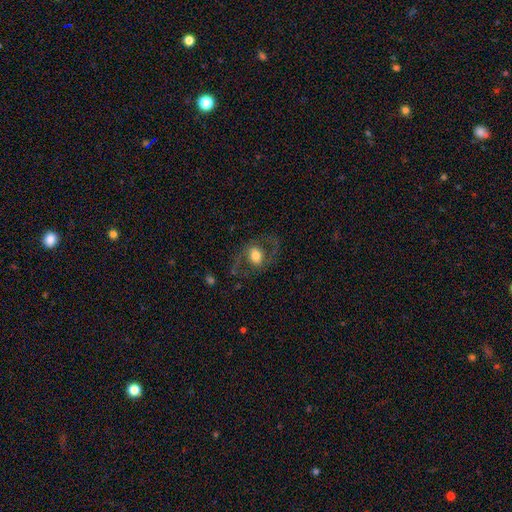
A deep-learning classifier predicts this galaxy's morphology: This is likely a featured or disk galaxy (65%). It is clearly not viewed edge-on (96%). Bar: possibly no (56%). Spiral arm pattern: likely yes (78%). Central bulge: possibly moderate (60%). Merging: likely none (69%).